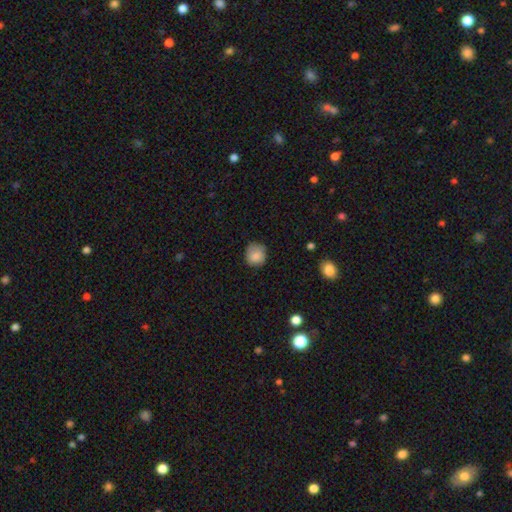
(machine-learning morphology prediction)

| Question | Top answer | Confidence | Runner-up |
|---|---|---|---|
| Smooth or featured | smooth | 83% | featured or disk (9%) |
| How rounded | round | 82% | in between (17%) |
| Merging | none | 70% | minor disturbance (24%) |